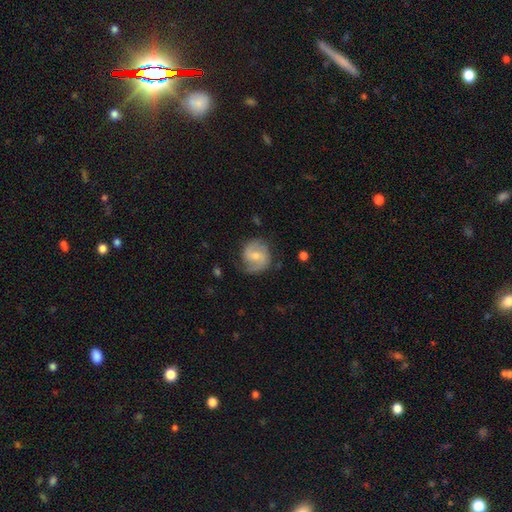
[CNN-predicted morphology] featured or disk 72%, smooth 22%, star or artifact 6%. Down the decision tree: edge-on disk — no (98%); bar — weak (53%); spiral arms — yes (93%); spiral arm count — 2 (86%); spiral winding — medium (49%); bulge size — moderate (46%, tied with small); merging — none (74%).